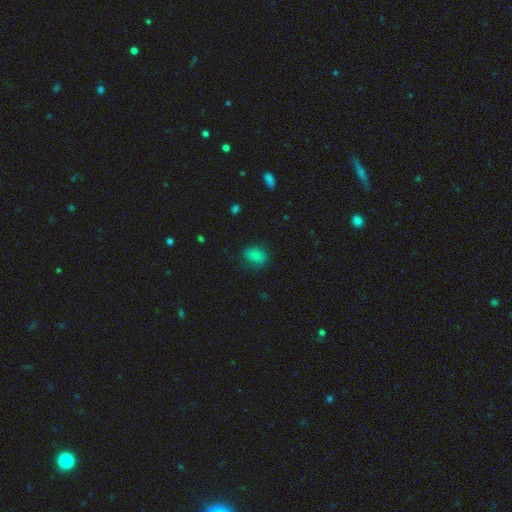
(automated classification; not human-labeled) Overall: smooth (75%). How rounded: in between (65%; round 34%). Merging: none (65%).